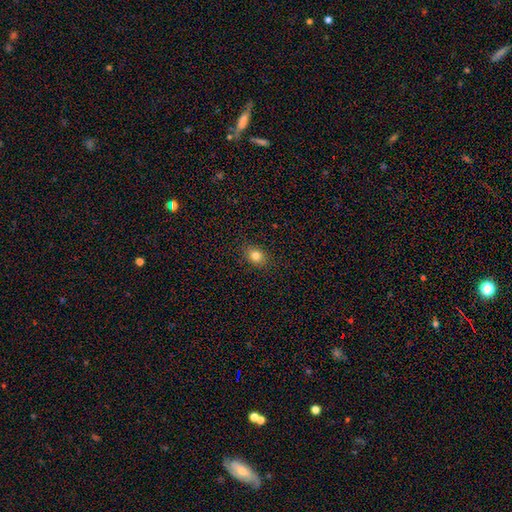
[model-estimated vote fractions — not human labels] Overall: smooth (83%). How rounded: in between (50%; round 49%). Merging: none (87%).